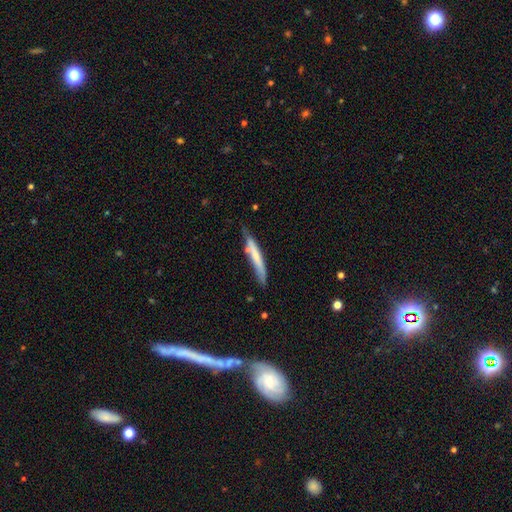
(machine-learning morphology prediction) smooth_or_featured: smooth (p=0.57) [alt: featured or disk p=0.37]
how_rounded: cigar-shaped (p=0.94) [alt: in between p=0.05]
merging: none (p=0.66) [alt: minor disturbance p=0.22]